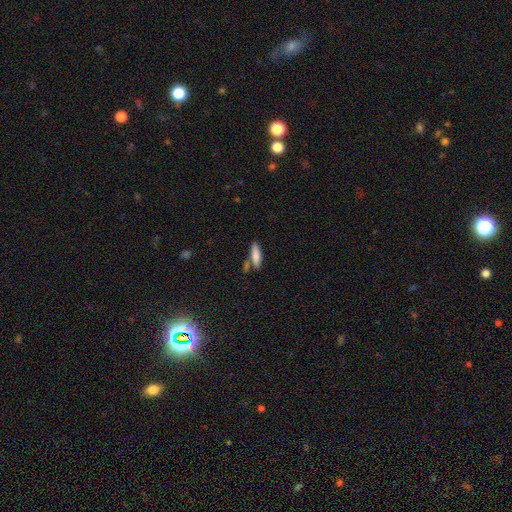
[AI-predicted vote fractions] smooth_or_featured: smooth (p=0.82) [alt: featured or disk p=0.11]
how_rounded: cigar-shaped (p=0.56) [alt: in between p=0.42]
merging: none (p=0.66) [alt: merger p=0.16]